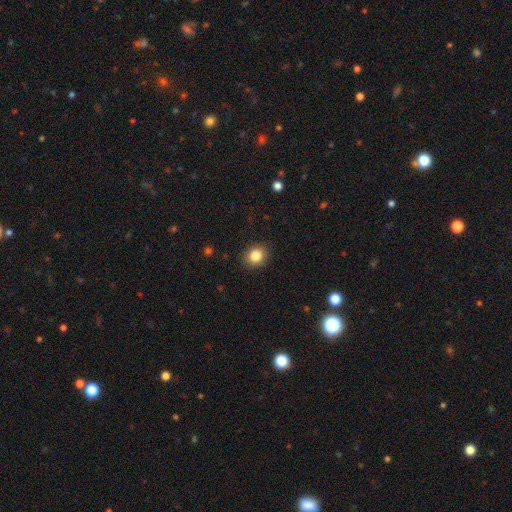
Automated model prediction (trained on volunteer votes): Smooth or featured: smooth — 84% (star or artifact — 10%)
How rounded: round — 67% (in between — 32%)
Merging: none — 89% (minor disturbance — 8%)